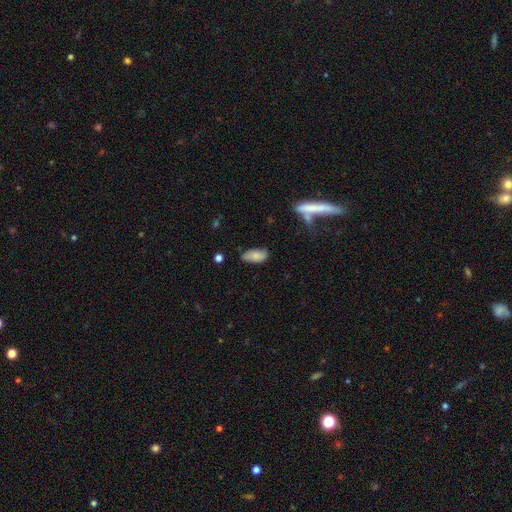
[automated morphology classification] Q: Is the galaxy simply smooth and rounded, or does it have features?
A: smooth — 78%.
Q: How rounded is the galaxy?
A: in between — 88%.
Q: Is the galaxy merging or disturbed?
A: none — 74%.